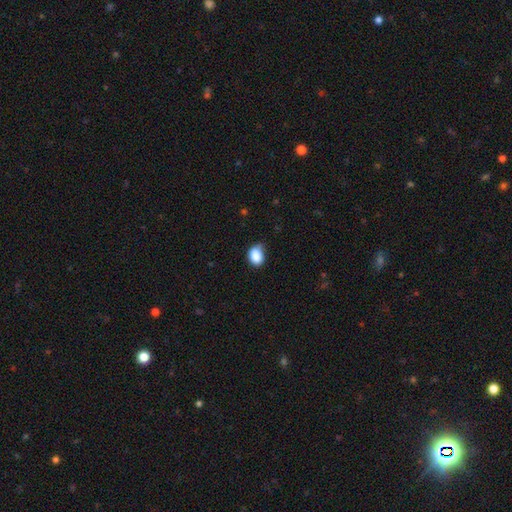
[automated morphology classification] Smooth or featured: smooth — 87% (star or artifact — 9%)
How rounded: in between — 66% (round — 33%)
Merging: none — 55% (minor disturbance — 36%)